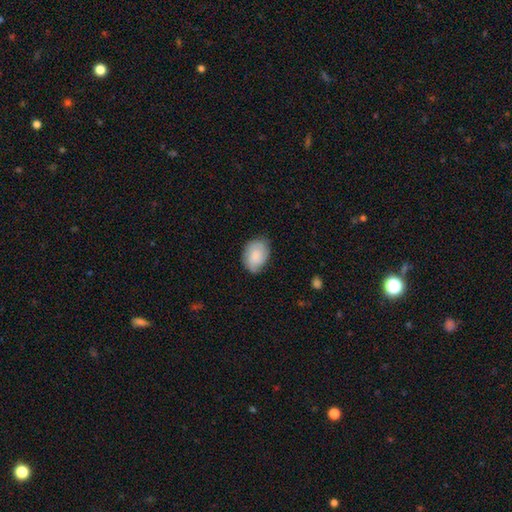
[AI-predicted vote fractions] Overall: smooth (78%). How rounded: in between (80%). Merging: none (69%).